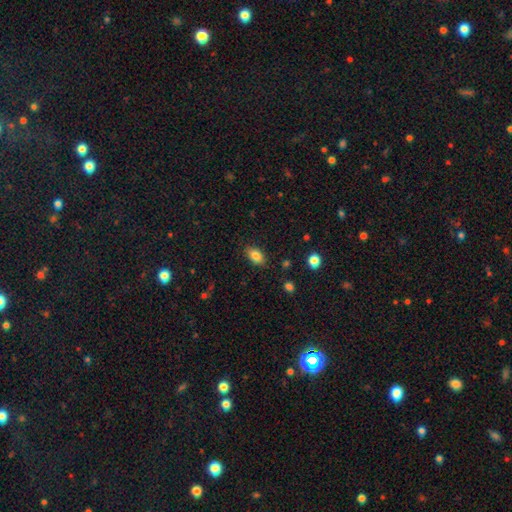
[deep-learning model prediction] smooth 83%, star or artifact 9%, featured or disk 8%. Down the decision tree: how rounded — in between (89%); merging — none (85%).